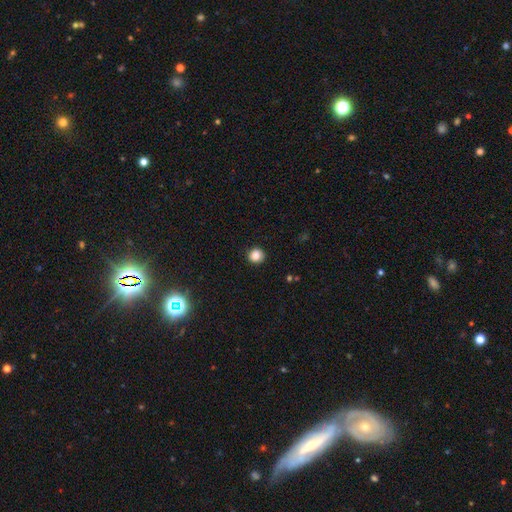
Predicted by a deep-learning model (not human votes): Morphology: type=smooth (83%); roundness=round (89%); merging=none (90%).